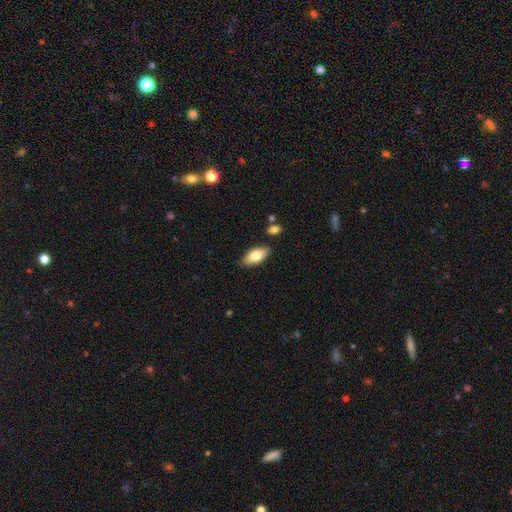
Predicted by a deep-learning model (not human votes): Smooth or featured?
  - smooth: 79% *
  - featured or disk: 15%
  - star or artifact: 6%
How rounded?
  - in between: 90% *
  - cigar-shaped: 7%
  - round: 2%
Merging?
  - none: 84% *
  - minor disturbance: 11%
  - merger: 3%
  - major disturbance: 2%